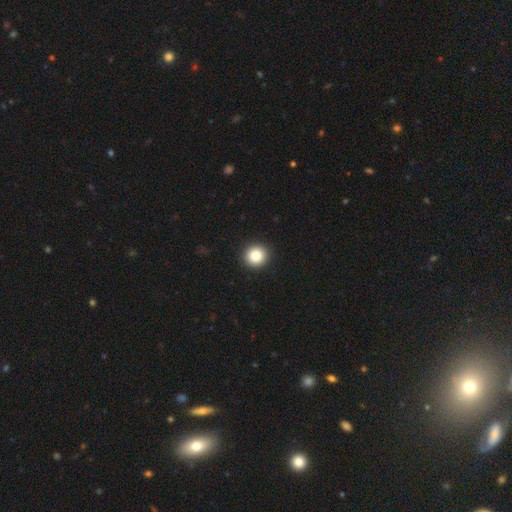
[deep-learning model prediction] Smooth or featured? smooth (86%)
How rounded? round (92%)
Merging? none (93%)